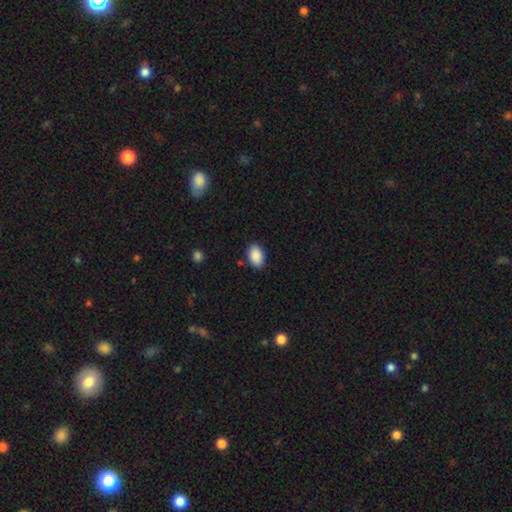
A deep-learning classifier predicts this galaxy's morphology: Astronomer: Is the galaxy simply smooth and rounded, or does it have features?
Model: smooth — 90%.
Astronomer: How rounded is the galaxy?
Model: in between — 88%.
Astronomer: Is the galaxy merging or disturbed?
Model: none — 86%.